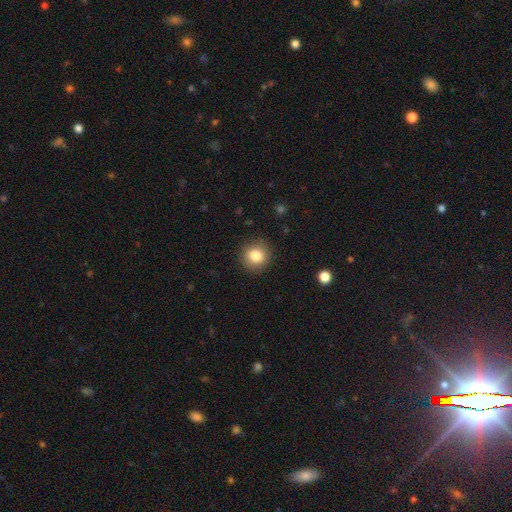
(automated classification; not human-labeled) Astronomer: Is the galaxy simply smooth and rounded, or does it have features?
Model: smooth — 83%.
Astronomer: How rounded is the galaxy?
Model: round — 90%.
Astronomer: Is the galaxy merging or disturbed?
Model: none — 90%.